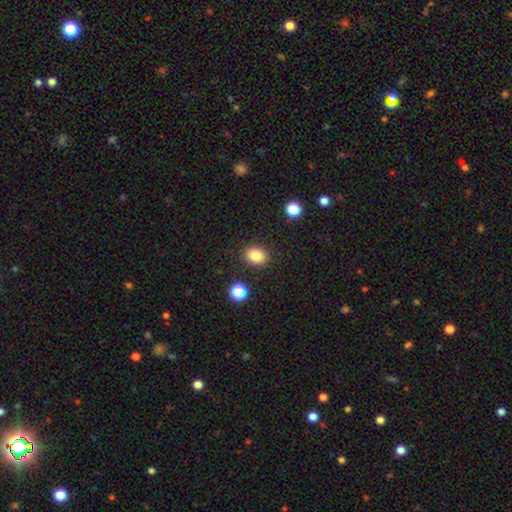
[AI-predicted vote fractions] A smooth galaxy with no disk features (84%) that is in between round and cigar-shaped (66%). Merging: none (87%).